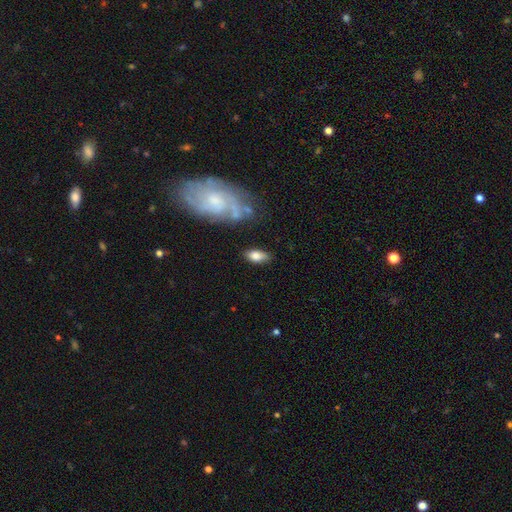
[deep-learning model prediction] smooth_or_featured: smooth (p=0.75) [alt: featured or disk p=0.17]
how_rounded: in between (p=0.88) [alt: cigar-shaped p=0.08]
merging: none (p=0.77) [alt: minor disturbance p=0.14]